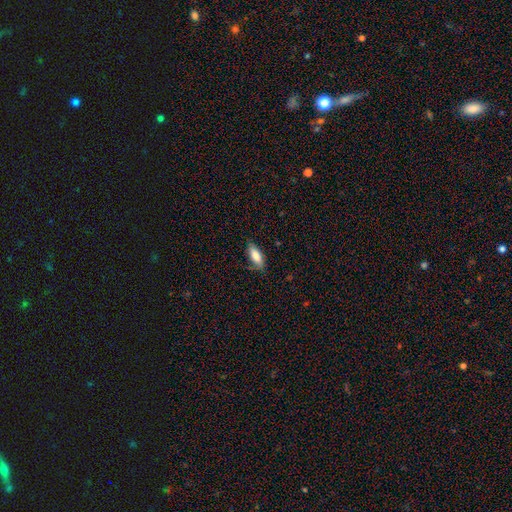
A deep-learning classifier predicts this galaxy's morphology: smooth-or-featured: smooth: 81% | featured or disk: 12% | star or artifact: 7%
  how-rounded: in between: 78% | cigar-shaped: 20% | round: 2%
  merging: none: 74% | minor disturbance: 20% | major disturbance: 4% | merger: 1%